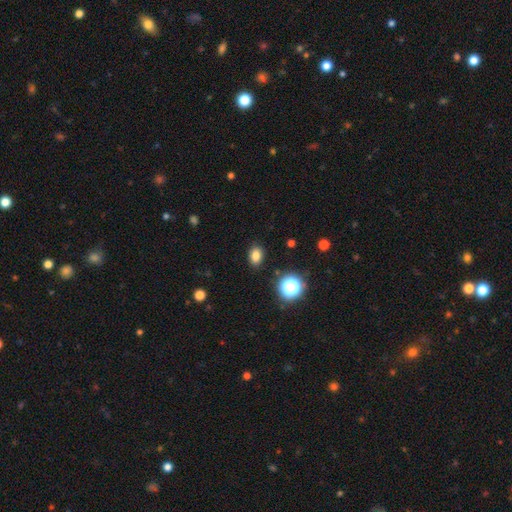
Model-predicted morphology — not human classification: Smooth or featured?
  - smooth: 80% *
  - star or artifact: 14%
  - featured or disk: 6%
How rounded?
  - in between: 74% *
  - round: 25%
  - cigar-shaped: 1%
Merging?
  - none: 88% *
  - minor disturbance: 8%
  - major disturbance: 2%
  - merger: 1%